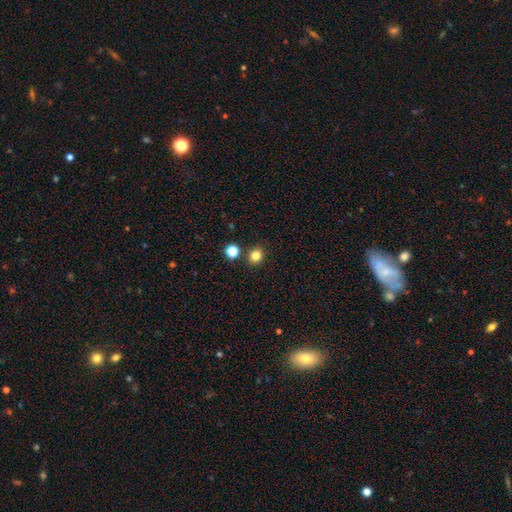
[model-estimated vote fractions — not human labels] A smooth galaxy with no disk features (82%) that is round (74%).

Vote fractions:
- Smooth or featured? smooth: 82% / star or artifact: 13% / featured or disk: 5%
- How rounded? round: 74% / in between: 26% / cigar-shaped: 1%
- Merging? none: 84% / minor disturbance: 7% / merger: 6% / major disturbance: 2%